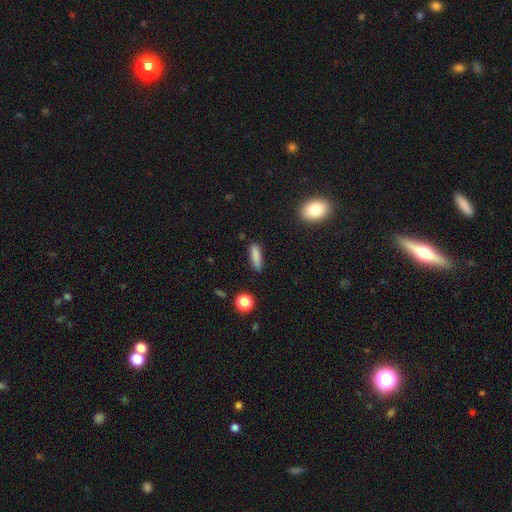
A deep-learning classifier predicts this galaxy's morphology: This is clearly a smooth galaxy (84%). How rounded: possibly cigar-shaped (60%). Merging: clearly none (82%).